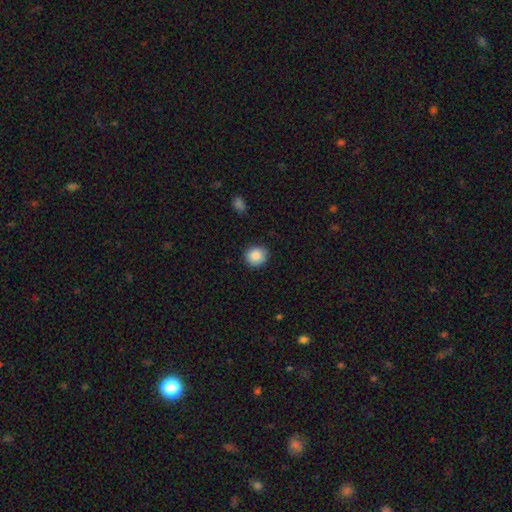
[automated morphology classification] Overall: smooth (88%). How rounded: round (88%). Merging: none (89%).